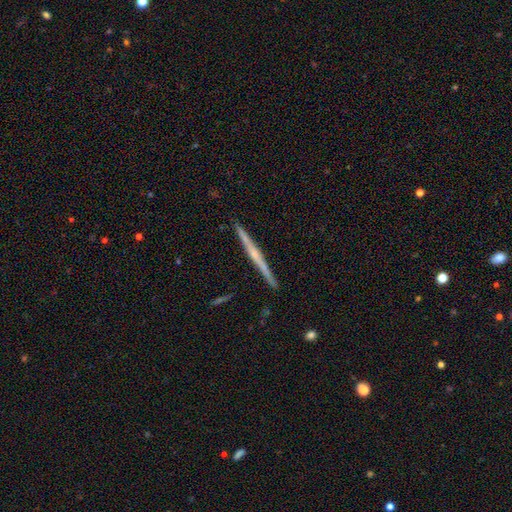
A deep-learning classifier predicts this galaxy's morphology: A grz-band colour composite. It shows a featured or disk galaxy (75%) viewed edge-on (98%) with a rounded central bulge (58%). Merging: none (92%).